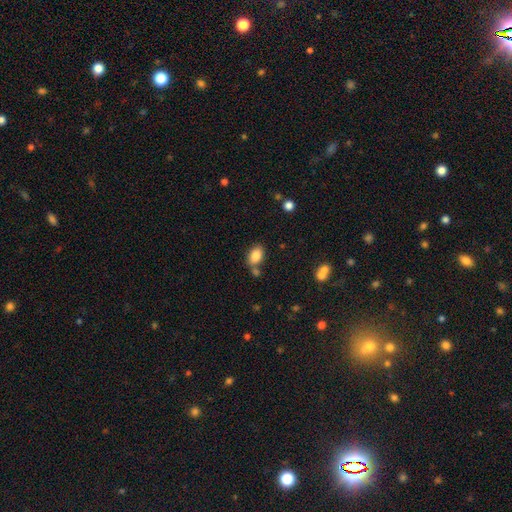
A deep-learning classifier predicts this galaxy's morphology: smooth-or-featured: smooth: 85% | star or artifact: 9% | featured or disk: 6%
  how-rounded: in between: 88% | round: 11% | cigar-shaped: 1%
  merging: none: 64% | merger: 18% | minor disturbance: 14% | major disturbance: 4%